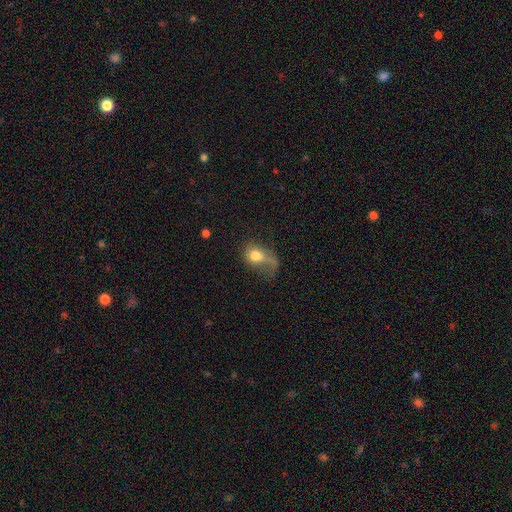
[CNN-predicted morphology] Smooth or featured? Predicted: smooth (p=0.65). How rounded? Predicted: in between (p=0.58). Merging? Predicted: major disturbance (p=0.53).